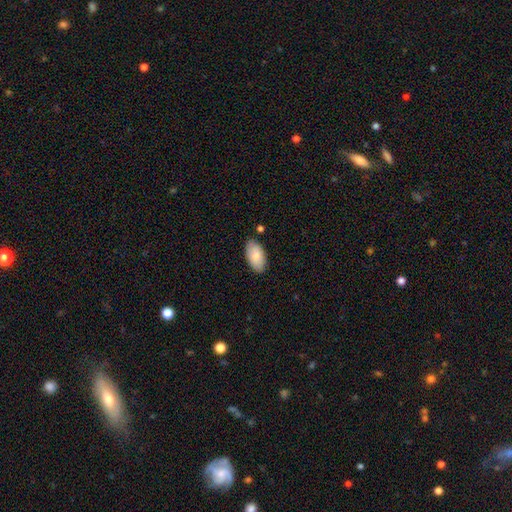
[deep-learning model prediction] This is clearly a smooth galaxy (85%). How rounded: clearly in between (96%). Merging: clearly none (84%).